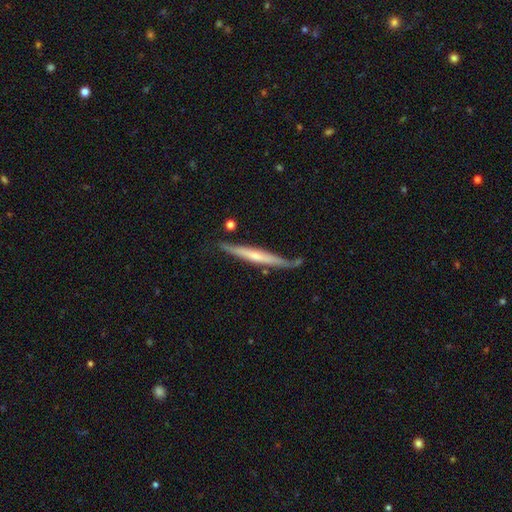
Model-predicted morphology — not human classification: This is possibly a featured or disk galaxy (57%). It is clearly viewed edge-on (94%). Edge-on bulge: possibly none (48%). Merging: likely none (74%).